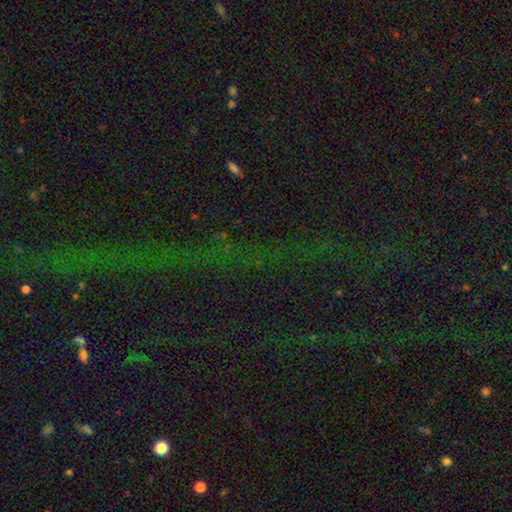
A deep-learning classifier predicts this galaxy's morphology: smooth_or_featured: star or artifact (p=0.78) [alt: featured or disk p=0.11]